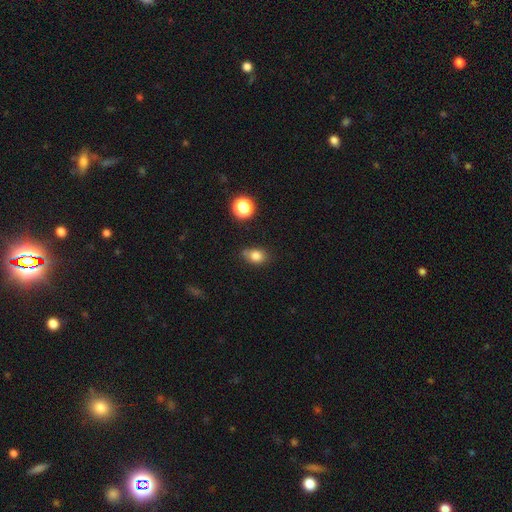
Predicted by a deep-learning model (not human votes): smooth_or_featured: smooth (p=0.81) [alt: star or artifact p=0.12]
how_rounded: in between (p=0.63) [alt: round p=0.35]
merging: none (p=0.60) [alt: minor disturbance p=0.28]